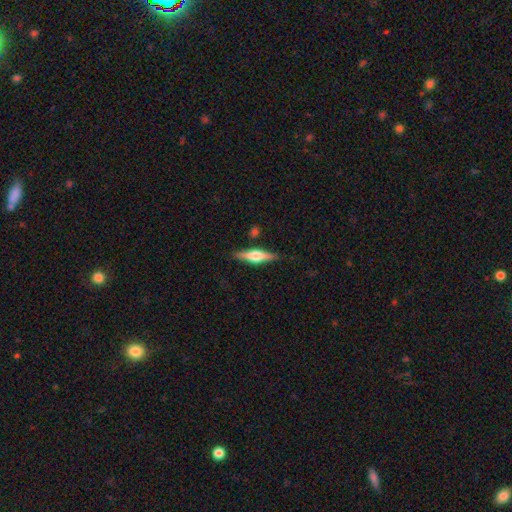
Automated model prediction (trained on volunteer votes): smooth-or-featured: featured or disk: 59% | smooth: 35% | star or artifact: 6%
  disk-edge-on: yes: 96% | no: 4%
    edge-on-bulge: rounded: 87% | boxy: 10% | none: 3%
  merging: none: 84% | minor disturbance: 11% | merger: 3% | major disturbance: 2%